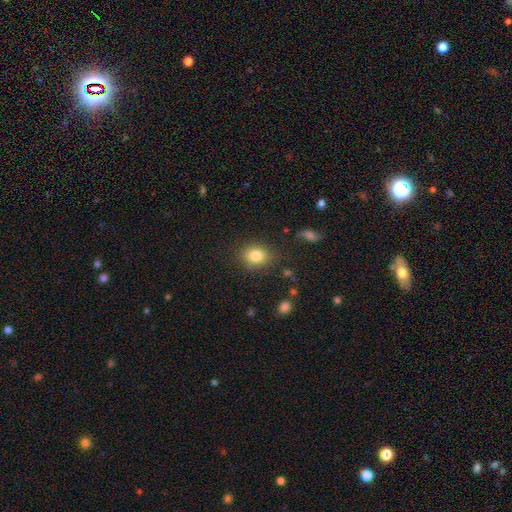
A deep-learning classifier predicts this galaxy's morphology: This is clearly a smooth galaxy (82%). How rounded: possibly round (57%). Merging: clearly none (82%).